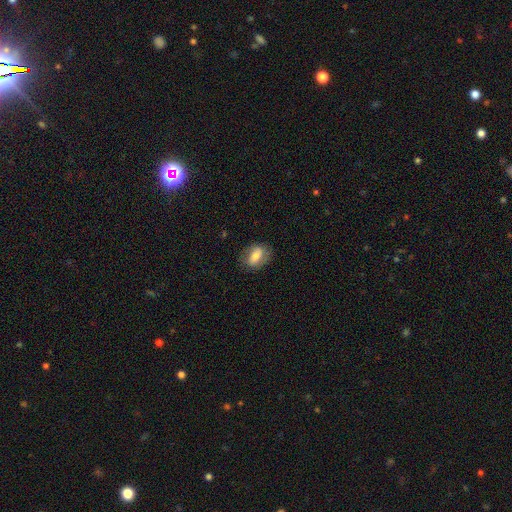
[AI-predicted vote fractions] A smooth galaxy with no disk features (61%) that is in between round and cigar-shaped (81%).

Vote fractions:
- Smooth or featured? smooth: 61% / featured or disk: 32% / star or artifact: 8%
- How rounded? in between: 81% / round: 15% / cigar-shaped: 4%
- Merging? none: 76% / minor disturbance: 17% / major disturbance: 6% / merger: 1%